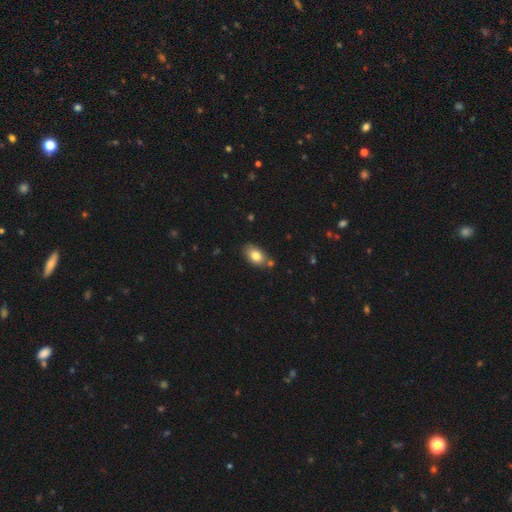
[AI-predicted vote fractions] Smooth or featured? smooth (81%)
How rounded? in between (89%)
Merging? none (73%)